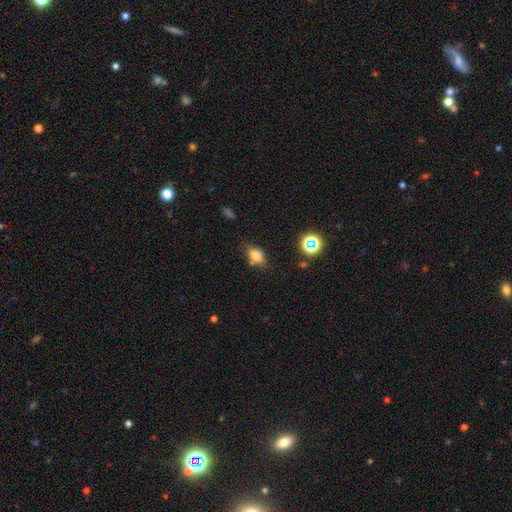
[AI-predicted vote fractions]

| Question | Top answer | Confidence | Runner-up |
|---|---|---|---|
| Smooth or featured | smooth | 72% | featured or disk (15%) |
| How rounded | in between | 76% | round (20%) |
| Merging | none | 65% | minor disturbance (23%) |